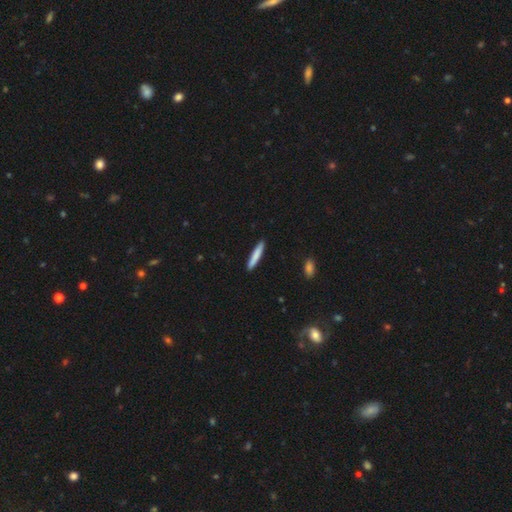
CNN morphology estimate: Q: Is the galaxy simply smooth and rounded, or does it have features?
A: smooth — 81%.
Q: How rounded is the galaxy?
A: cigar-shaped — 93%.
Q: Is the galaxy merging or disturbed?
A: none — 92%.